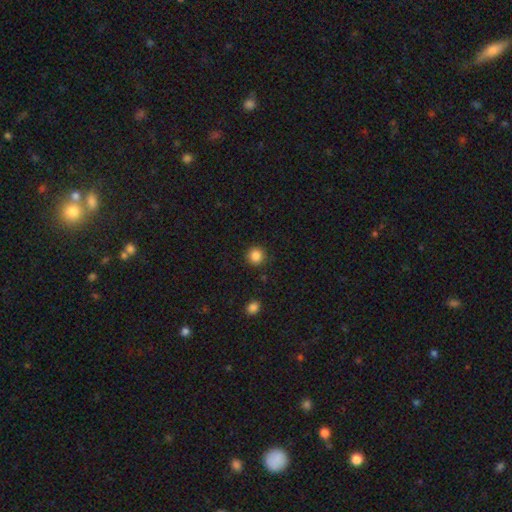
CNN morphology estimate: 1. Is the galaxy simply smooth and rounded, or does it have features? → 86% smooth, 11% star or artifact, 3% featured or disk.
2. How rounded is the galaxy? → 93% round, 6% in between, 1% cigar-shaped.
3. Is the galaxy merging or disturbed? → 91% none, 6% minor disturbance, 2% major disturbance, 1% merger.